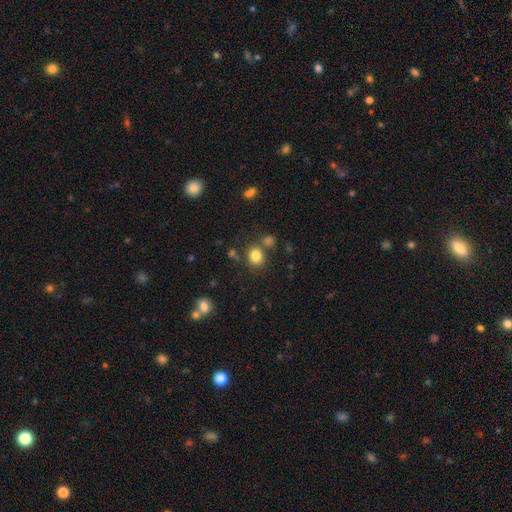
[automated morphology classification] Smooth or featured?
  - smooth: 82% *
  - star or artifact: 12%
  - featured or disk: 6%
How rounded?
  - round: 74% *
  - in between: 25%
  - cigar-shaped: 1%
Merging?
  - none: 74% *
  - merger: 13%
  - minor disturbance: 10%
  - major disturbance: 4%